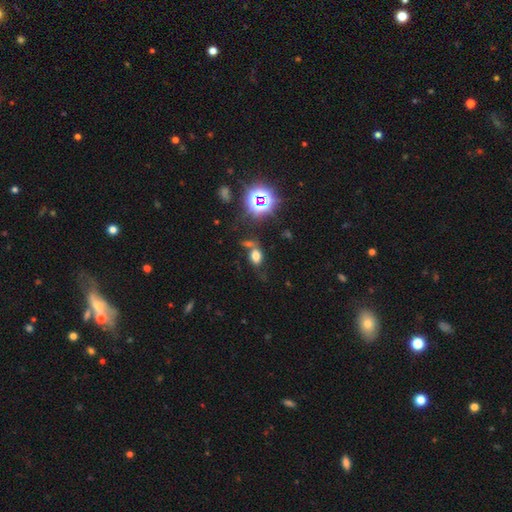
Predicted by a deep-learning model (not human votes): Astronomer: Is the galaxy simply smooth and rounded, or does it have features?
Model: smooth — 62%.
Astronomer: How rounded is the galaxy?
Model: in between — 76%.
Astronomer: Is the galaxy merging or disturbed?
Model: none — 49%.